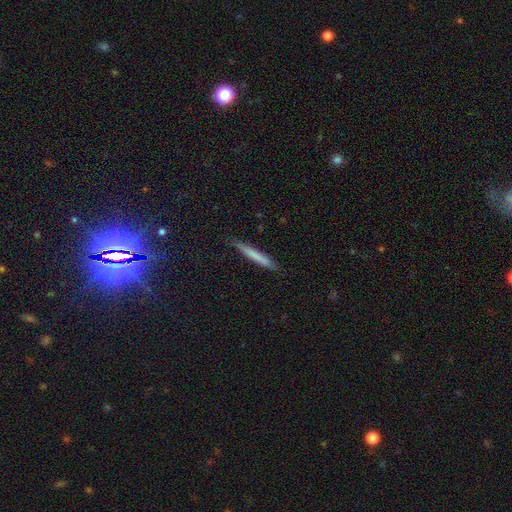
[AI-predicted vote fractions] Overall: smooth (68%). How rounded: cigar-shaped (96%). Merging: none (85%).